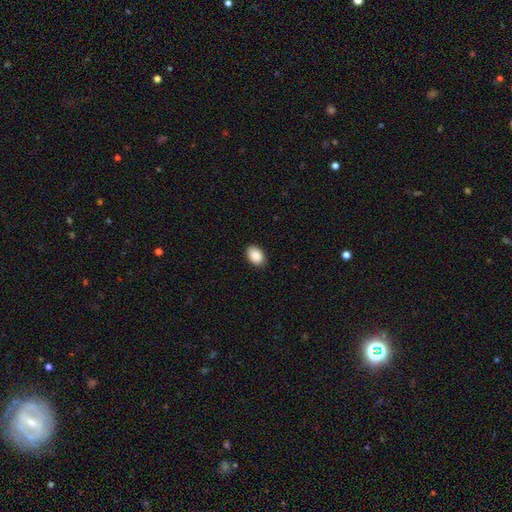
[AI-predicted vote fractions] smooth 89%, star or artifact 7%, featured or disk 4%. Down the decision tree: how rounded — in between (84%); merging — none (89%).